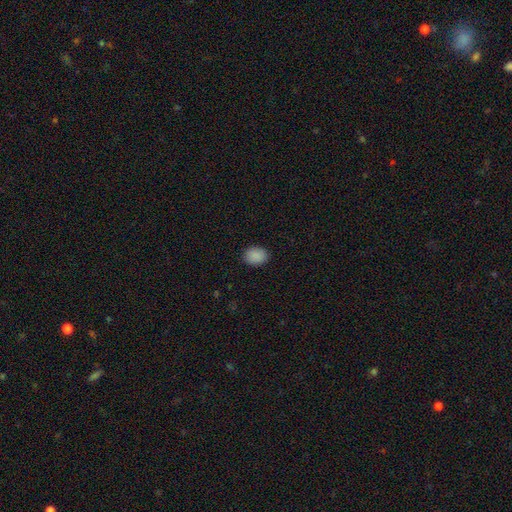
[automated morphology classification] Smooth or featured: smooth — 89% (star or artifact — 8%)
How rounded: in between — 57% (round — 42%)
Merging: none — 89% (minor disturbance — 8%)